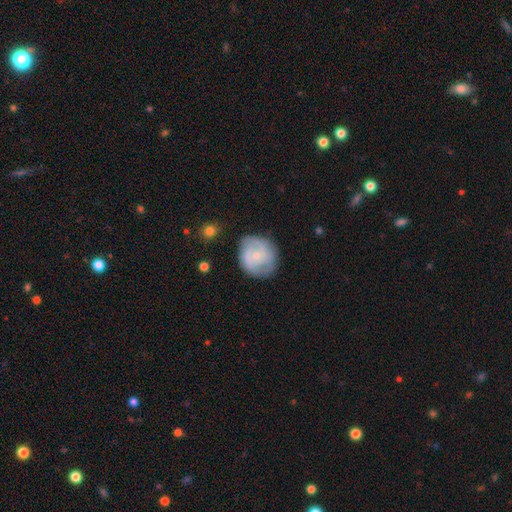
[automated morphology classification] A featured or disk galaxy (63%) with no bar (72%), 2 (40%) tight (53%) spiral arms (83%) and a small central bulge (73%). Merging: none (72%).